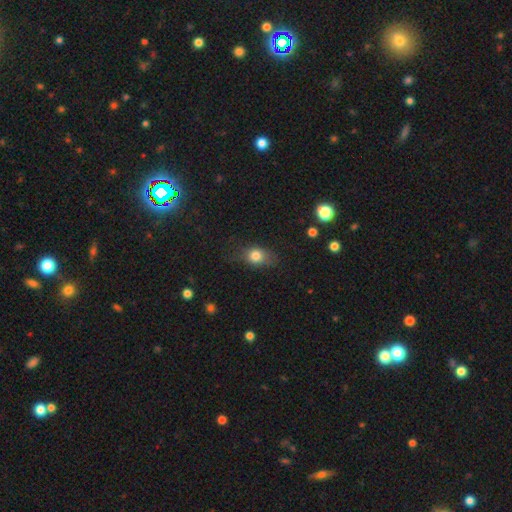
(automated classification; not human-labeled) Smooth or featured: smooth — 78% (star or artifact — 12%)
How rounded: in between — 51% (round — 46%)
Merging: none — 64% (minor disturbance — 25%)